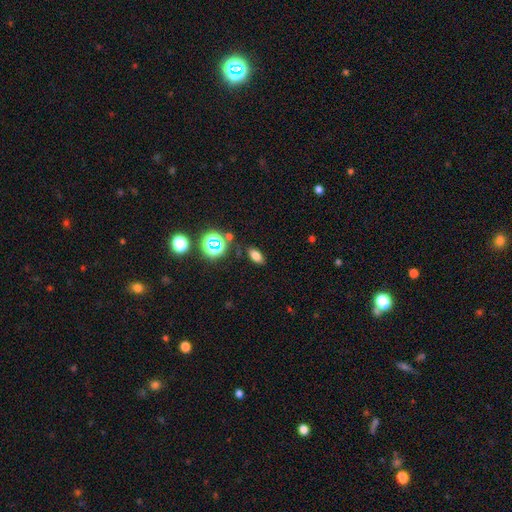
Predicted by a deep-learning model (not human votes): Overall: smooth (71%). How rounded: in between (85%). Merging: none (83%).